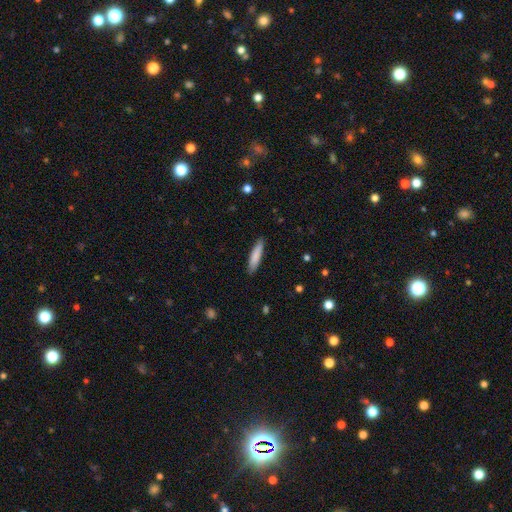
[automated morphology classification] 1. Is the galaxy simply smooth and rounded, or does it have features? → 83% smooth, 11% featured or disk, 6% star or artifact.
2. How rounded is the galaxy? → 83% cigar-shaped, 16% in between, 1% round.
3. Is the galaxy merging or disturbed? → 88% none, 9% minor disturbance, 2% major disturbance, 1% merger.